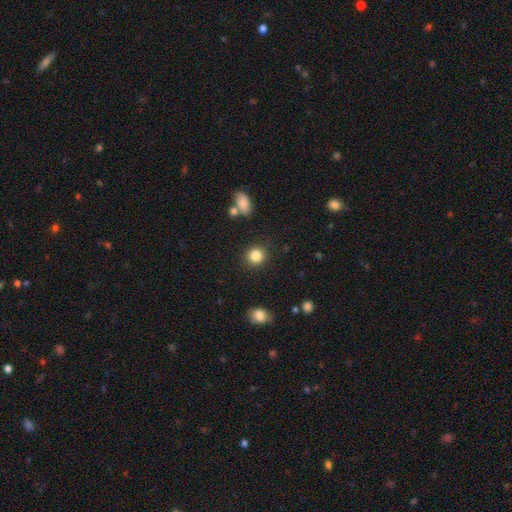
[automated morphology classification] smooth_or_featured: smooth (p=0.85) [alt: star or artifact p=0.10]
how_rounded: round (p=0.88) [alt: in between p=0.11]
merging: none (p=0.89) [alt: minor disturbance p=0.06]